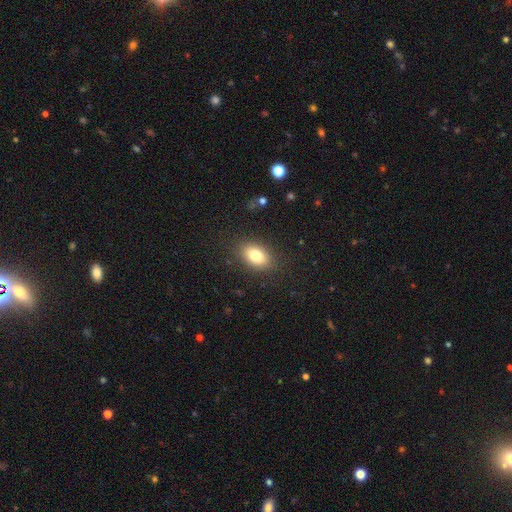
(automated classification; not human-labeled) smooth-or-featured: smooth: 80% | featured or disk: 11% | star or artifact: 9%
  how-rounded: in between: 86% | round: 11% | cigar-shaped: 2%
  merging: none: 86% | minor disturbance: 9% | major disturbance: 3% | merger: 1%